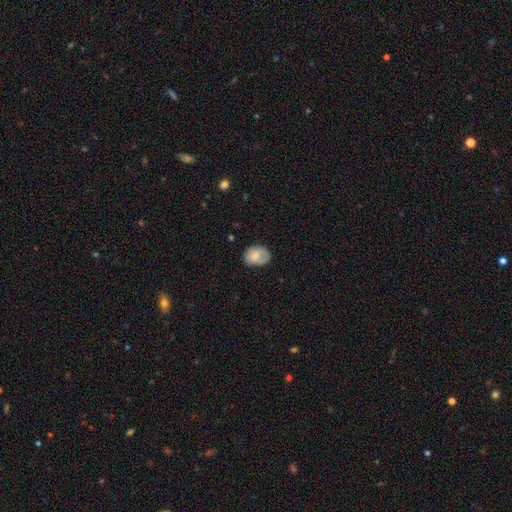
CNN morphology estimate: smooth-or-featured: smooth: 73% | featured or disk: 19% | star or artifact: 7%
  how-rounded: in between: 63% | round: 36% | cigar-shaped: 1%
  merging: none: 67% | minor disturbance: 26% | major disturbance: 6% | merger: 1%